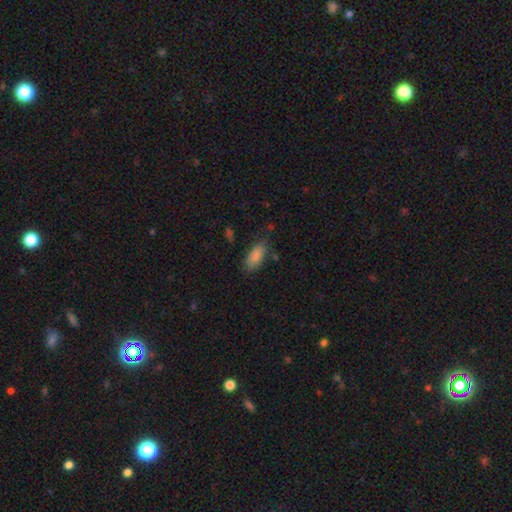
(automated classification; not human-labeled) This is clearly a smooth galaxy (87%). How rounded: clearly in between (86%). Merging: likely none (73%).